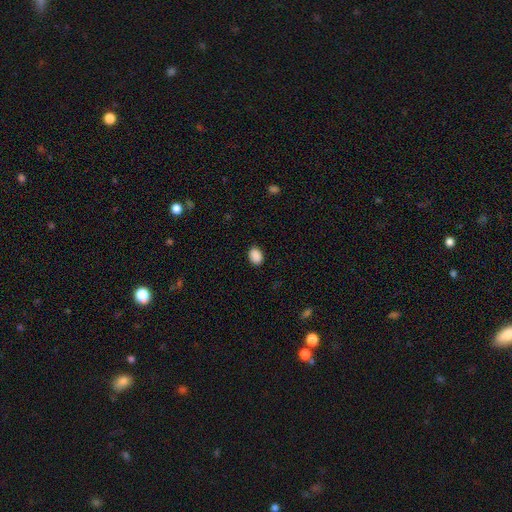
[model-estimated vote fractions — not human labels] A smooth galaxy with no disk features (89%) that is in between round and cigar-shaped (68%). Merging: none (88%).